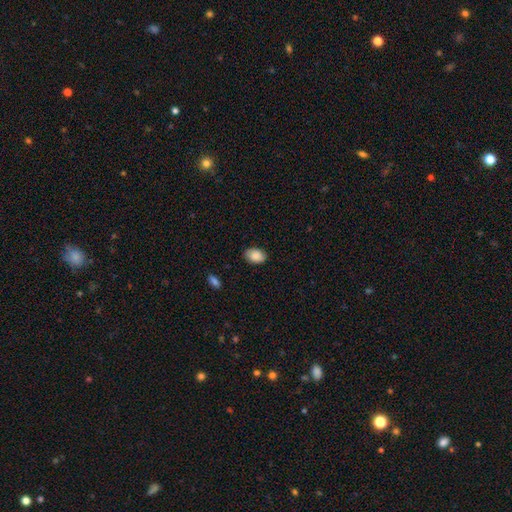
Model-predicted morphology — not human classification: Q: Smooth or featured?
A: smooth (87%); runner-up: star or artifact (7%)
Q: How rounded?
A: in between (86%); runner-up: round (12%)
Q: Merging?
A: none (84%); runner-up: minor disturbance (12%)